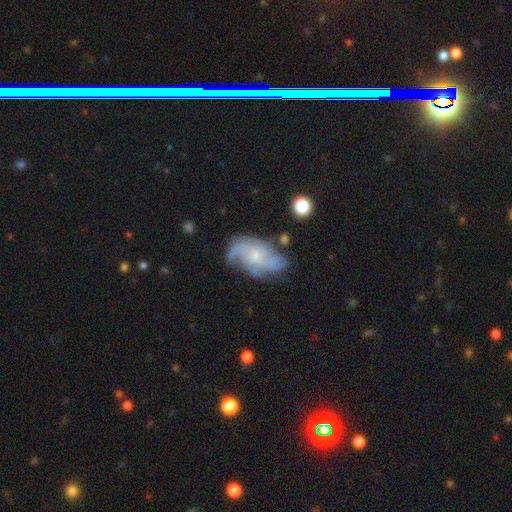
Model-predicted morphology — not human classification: This appears to be a featured or disk galaxy (82%) with no bar (72%), 3 (32%) medium (44%) spiral arms (95%) and a small central bulge (72%). Merging: none (64%).